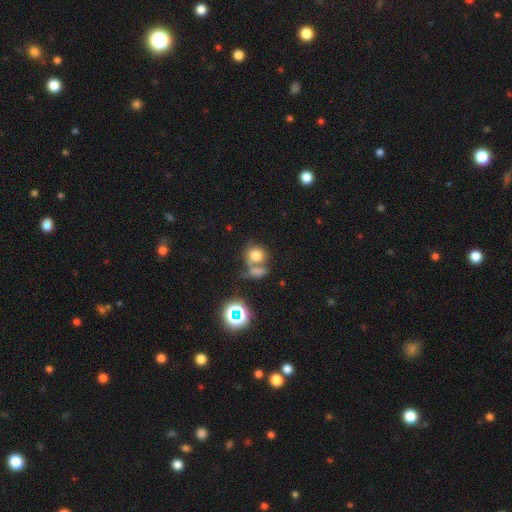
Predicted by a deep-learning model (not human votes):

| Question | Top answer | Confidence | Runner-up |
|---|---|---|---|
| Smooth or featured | smooth | 72% | star or artifact (17%) |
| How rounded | round | 73% | in between (25%) |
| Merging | none | 42% | tied: merger (42%) |